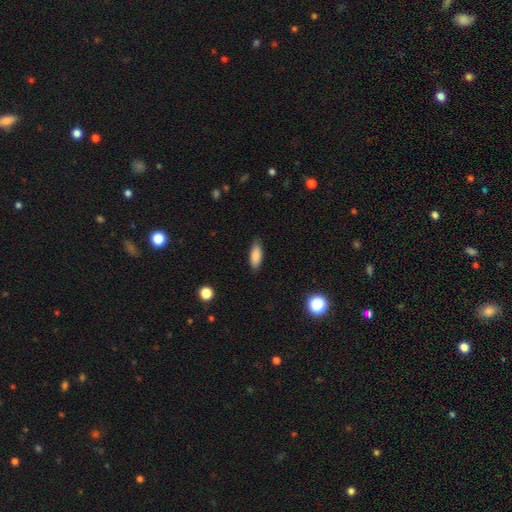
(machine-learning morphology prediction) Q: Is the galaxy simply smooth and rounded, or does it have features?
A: smooth — 86%.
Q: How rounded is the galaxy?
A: in between — 71%.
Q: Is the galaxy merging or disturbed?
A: none — 83%.